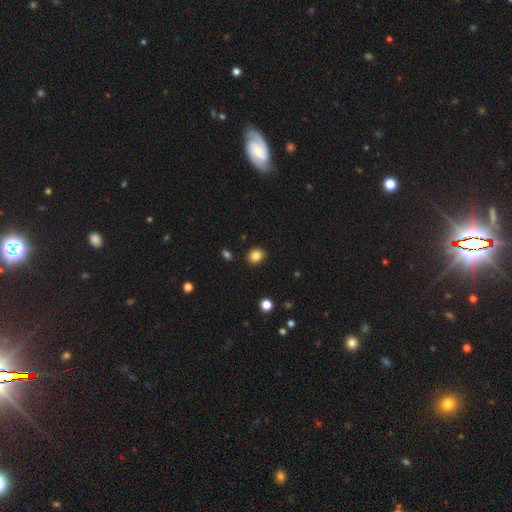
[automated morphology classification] Smooth or featured: smooth — 84% (star or artifact — 11%)
How rounded: round — 65% (in between — 34%)
Merging: none — 88% (minor disturbance — 9%)